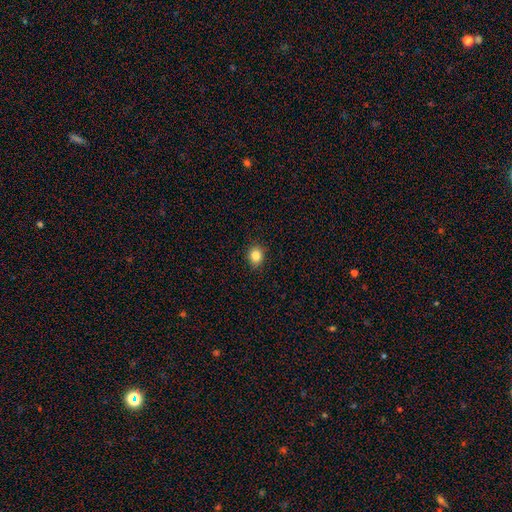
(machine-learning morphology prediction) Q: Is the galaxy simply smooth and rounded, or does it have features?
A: smooth — 85%.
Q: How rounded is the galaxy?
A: round — 59%.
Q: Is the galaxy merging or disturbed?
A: none — 88%.